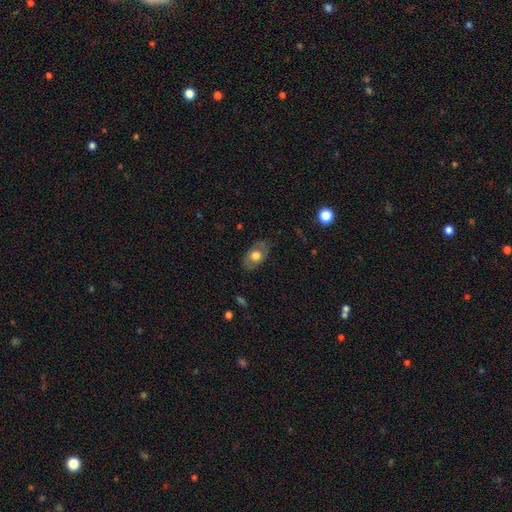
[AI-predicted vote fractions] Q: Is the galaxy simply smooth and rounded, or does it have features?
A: smooth — 60%.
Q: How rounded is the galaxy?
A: in between — 85%.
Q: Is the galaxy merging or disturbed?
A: none — 76%.